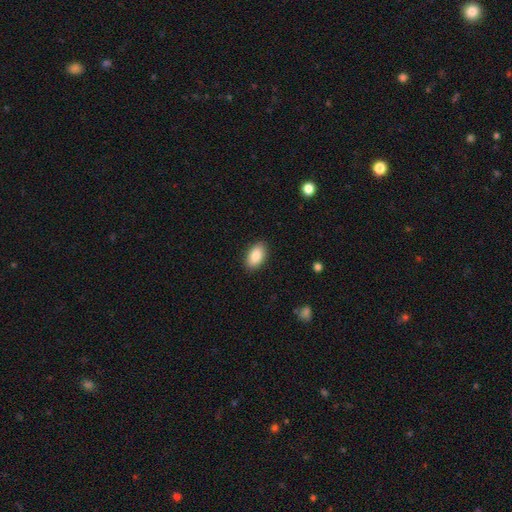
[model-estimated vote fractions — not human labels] A smooth galaxy with no disk features (87%) that is in between round and cigar-shaped (93%). Merging: none (89%).